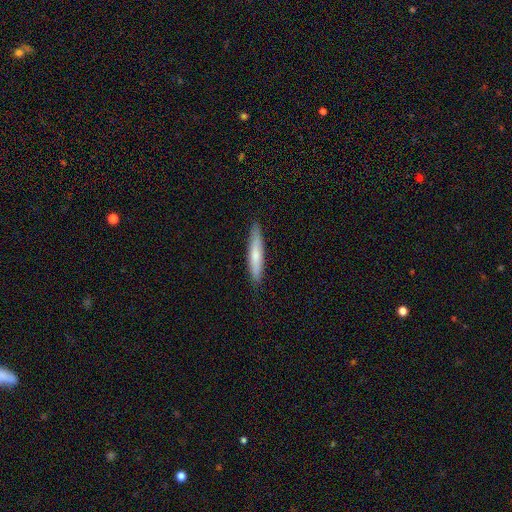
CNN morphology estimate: Smooth or featured? smooth (69%)
How rounded? cigar-shaped (91%)
Merging? none (89%)